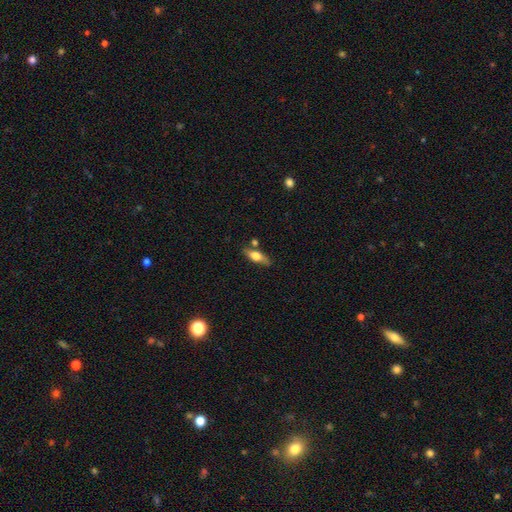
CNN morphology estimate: smooth-or-featured: smooth: 56% | featured or disk: 37% | star or artifact: 7%
  how-rounded: in between: 63% | cigar-shaped: 32% | round: 5%
  merging: none: 71% | minor disturbance: 17% | merger: 8% | major disturbance: 4%